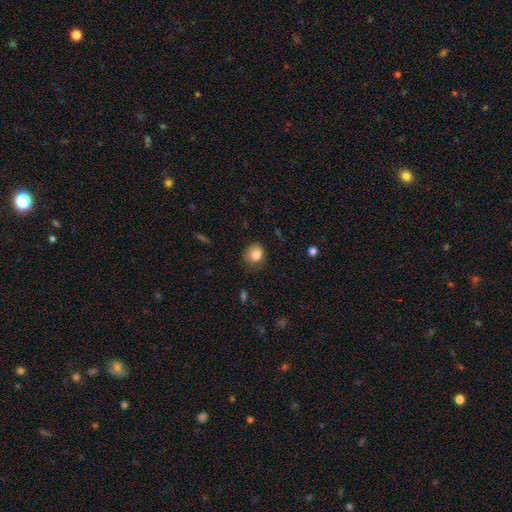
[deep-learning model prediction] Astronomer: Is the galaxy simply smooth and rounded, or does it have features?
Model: smooth — 81%.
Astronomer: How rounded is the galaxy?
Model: round — 75%.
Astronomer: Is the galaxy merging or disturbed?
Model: none — 69%.